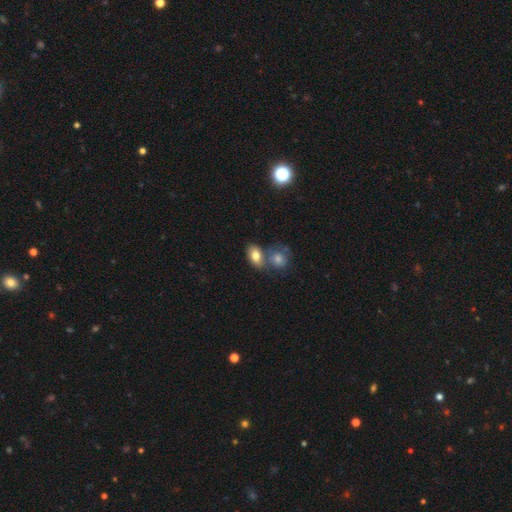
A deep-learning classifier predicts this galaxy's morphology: Overall: smooth (79%). How rounded: in between (84%). Merging: none (45%; merger 39%).